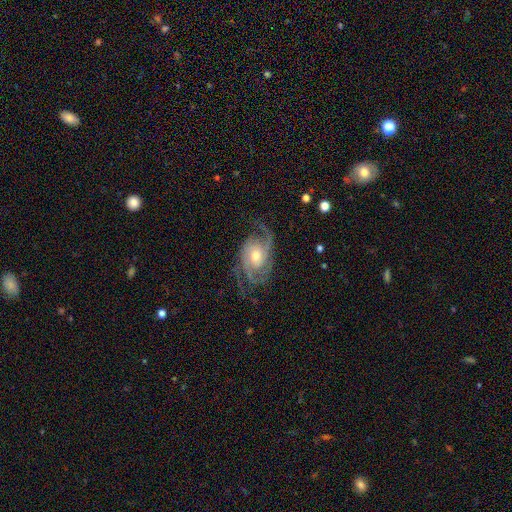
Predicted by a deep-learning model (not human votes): Q: Smooth or featured?
A: featured or disk (90%); runner-up: smooth (5%)
Q: Edge-on disk?
A: no (97%); runner-up: yes (3%)
Q: Bar?
A: no (64%); runner-up: weak (29%)
Q: Spiral arms?
A: yes (97%); runner-up: no (3%)
Q: Spiral winding?
A: medium (44%); runner-up: tight (39%)
Q: Spiral arm count?
A: 2 (49%); runner-up: 3 (24%)
Q: Bulge size?
A: moderate (67%); runner-up: small (26%)
Q: Merging?
A: none (69%); runner-up: minor disturbance (18%)